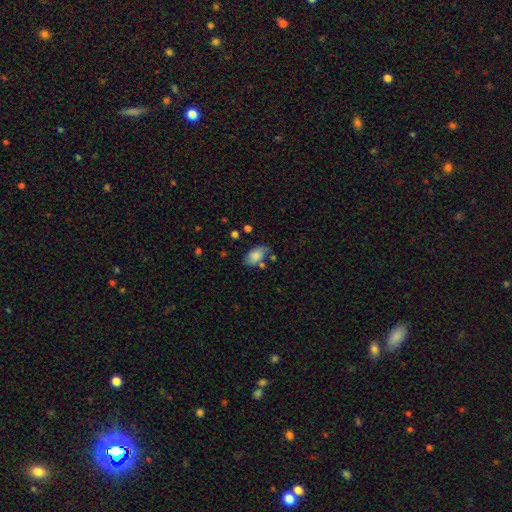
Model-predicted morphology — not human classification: smooth 80%, featured or disk 13%, star or artifact 8%. Down the decision tree: how rounded — in between (92%); merging — none (58%).